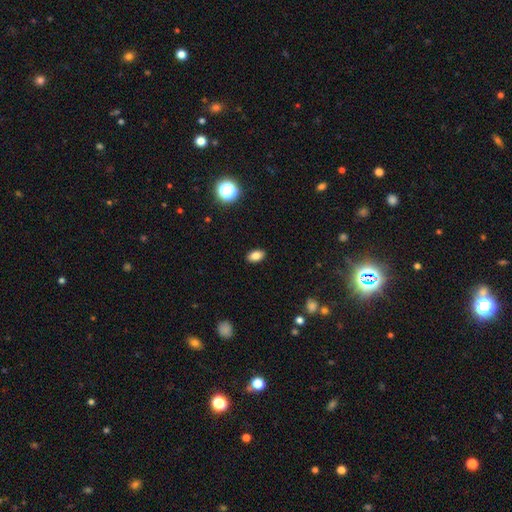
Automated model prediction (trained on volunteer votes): Q: Smooth or featured?
A: smooth (82%); runner-up: star or artifact (11%)
Q: How rounded?
A: in between (89%); runner-up: round (9%)
Q: Merging?
A: none (90%); runner-up: minor disturbance (7%)